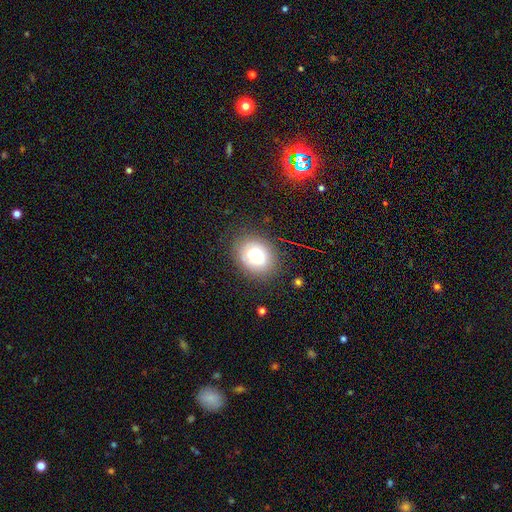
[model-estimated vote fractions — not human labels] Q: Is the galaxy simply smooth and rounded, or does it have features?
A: smooth — 68%.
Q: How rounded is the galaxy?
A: round — 55%.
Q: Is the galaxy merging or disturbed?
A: none — 79%.